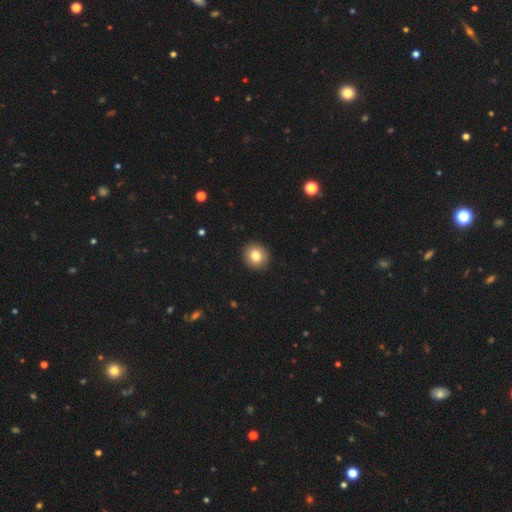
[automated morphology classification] smooth 81%, star or artifact 10%, featured or disk 9%. Down the decision tree: how rounded — round (90%); merging — none (92%).